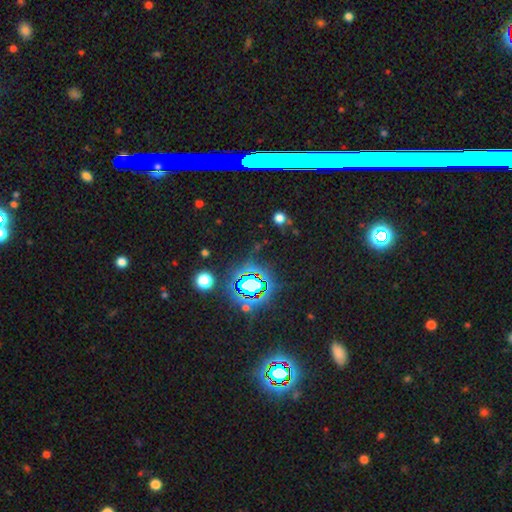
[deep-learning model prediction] smooth-or-featured: star or artifact: 70% | smooth: 17% | featured or disk: 13%